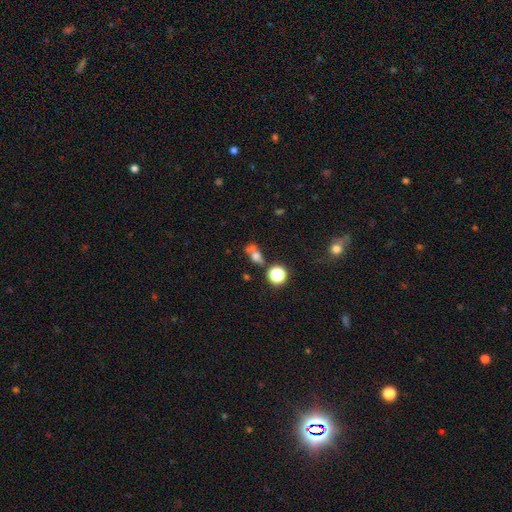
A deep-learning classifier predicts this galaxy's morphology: smooth 59%, star or artifact 23%, featured or disk 18%. Down the decision tree: how rounded — in between (48%); merging — none (40%).